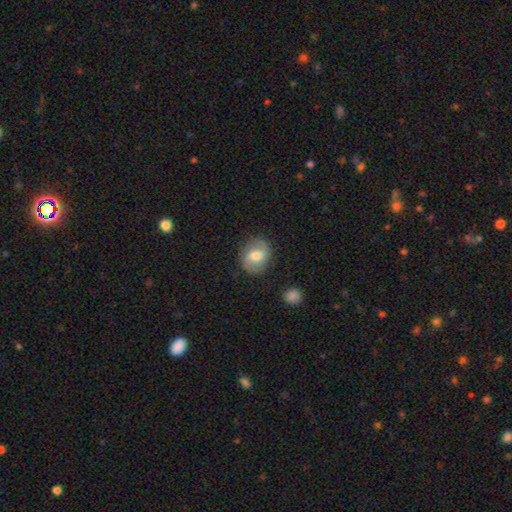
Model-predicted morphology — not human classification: Smooth or featured: smooth — 48% (featured or disk — 45%)
Merging: none — 80% (minor disturbance — 14%)